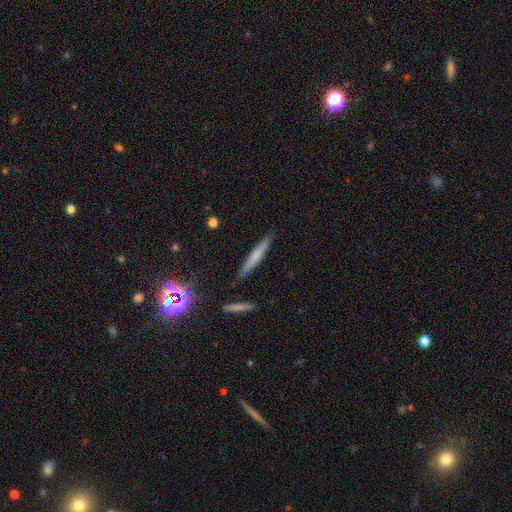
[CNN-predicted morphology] Smooth or featured? smooth (58%)
How rounded? cigar-shaped (94%)
Merging? none (87%)